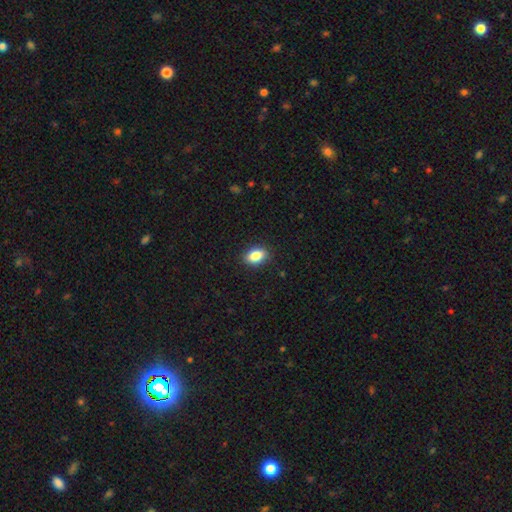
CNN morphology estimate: Smooth or featured?
  - smooth: 84% *
  - star or artifact: 8%
  - featured or disk: 7%
How rounded?
  - in between: 83% *
  - round: 15%
  - cigar-shaped: 2%
Merging?
  - none: 89% *
  - minor disturbance: 8%
  - major disturbance: 2%
  - merger: 1%